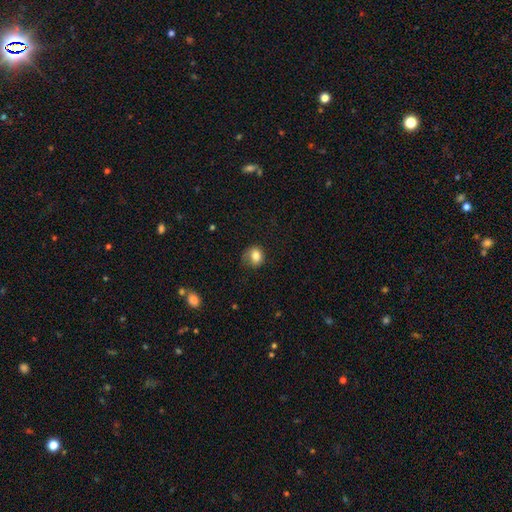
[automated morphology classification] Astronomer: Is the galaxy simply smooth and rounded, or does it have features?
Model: smooth — 81%.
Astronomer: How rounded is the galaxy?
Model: round — 60% (runner-up: in between, 39%).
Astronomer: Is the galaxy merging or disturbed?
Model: none — 57%.